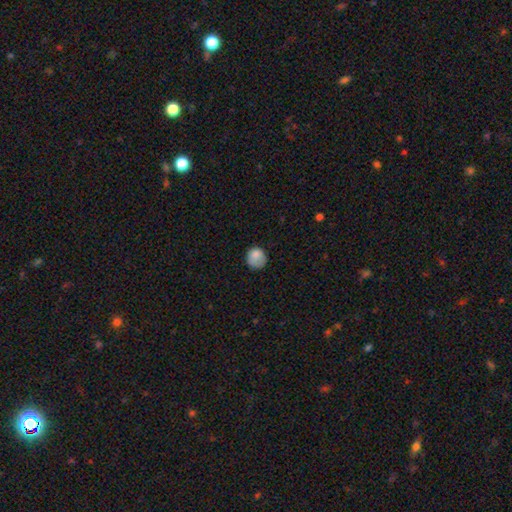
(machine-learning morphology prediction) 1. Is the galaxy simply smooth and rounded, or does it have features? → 82% smooth, 10% featured or disk, 9% star or artifact.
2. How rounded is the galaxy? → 81% round, 18% in between, 1% cigar-shaped.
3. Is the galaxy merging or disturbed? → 64% none, 25% minor disturbance, 10% major disturbance, 2% merger.